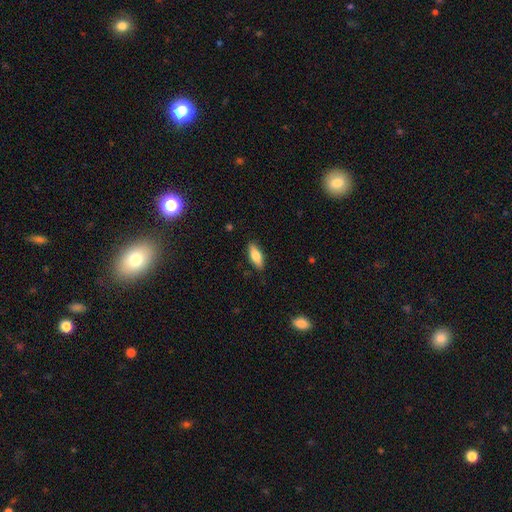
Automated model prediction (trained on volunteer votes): Overall: smooth (72%). How rounded: in between (66%; cigar-shaped 31%). Merging: none (87%).